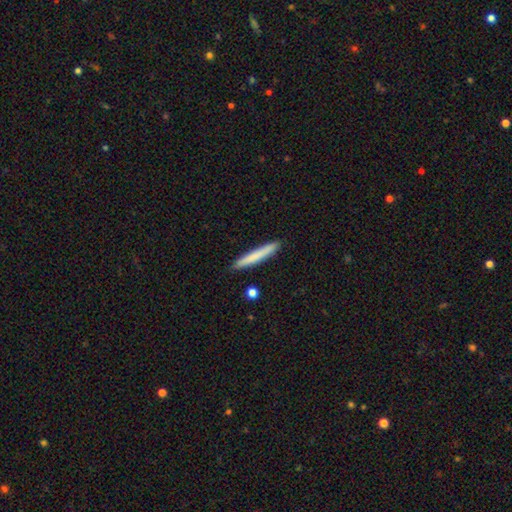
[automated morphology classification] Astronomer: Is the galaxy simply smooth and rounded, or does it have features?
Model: smooth — 77%.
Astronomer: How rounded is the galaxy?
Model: cigar-shaped — 96%.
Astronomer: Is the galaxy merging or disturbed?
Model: none — 91%.